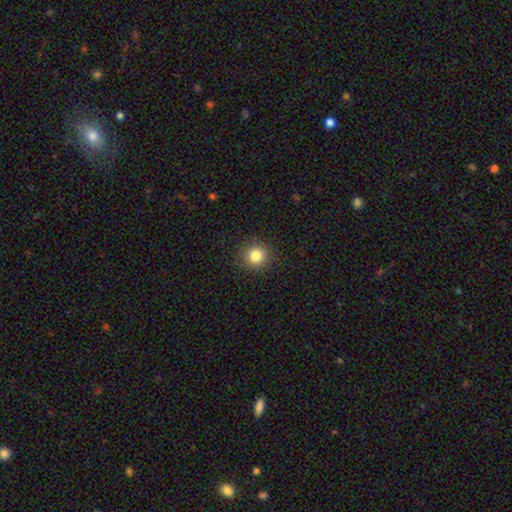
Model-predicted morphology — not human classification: This is clearly a smooth galaxy (84%). How rounded: clearly round (93%). Merging: clearly none (91%).